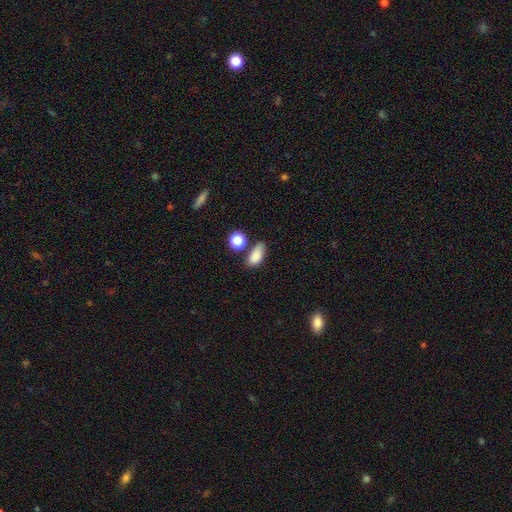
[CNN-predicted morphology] type=smooth (85%); roundness=in between (85%); merging=none (62%).